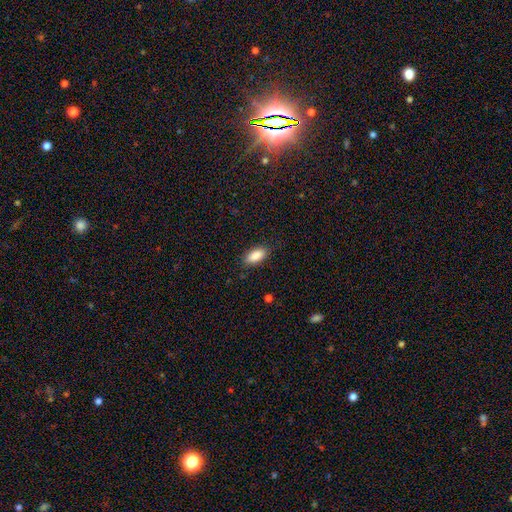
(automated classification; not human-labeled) This is clearly a smooth galaxy (89%). How rounded: clearly in between (91%). Merging: clearly none (85%).